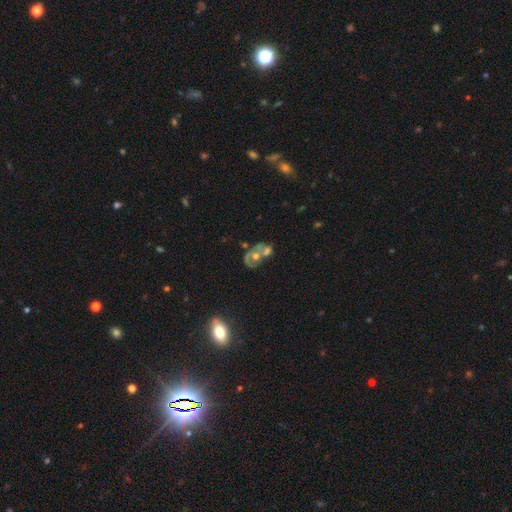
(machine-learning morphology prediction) smooth_or_featured: featured or disk (p=0.64) [alt: smooth p=0.25]
disk_edge_on: no (p=0.96) [alt: yes p=0.04]
bar: no (p=0.84) [alt: weak p=0.12]
has_spiral_arms: no (p=0.52) [alt: yes p=0.48]
bulge_size: moderate (p=0.64) [alt: small p=0.18]
merging: merger (p=0.47) [alt: none p=0.26]